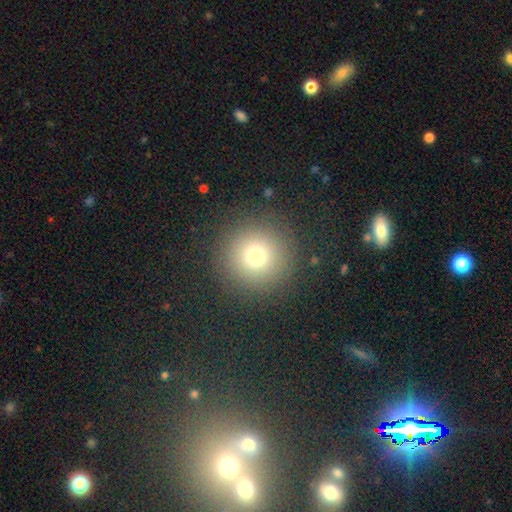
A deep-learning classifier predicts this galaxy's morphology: This appears to be a smooth galaxy with no disk features (73%) that is round (96%). Merging: none (89%).